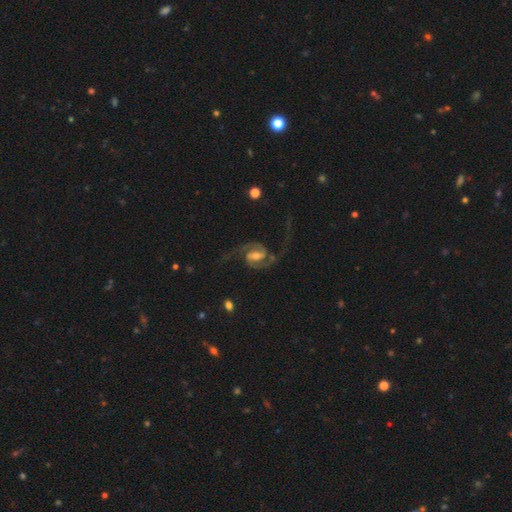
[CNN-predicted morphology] smooth_or_featured: featured or disk (p=0.92) [alt: star or artifact p=0.04]
disk_edge_on: no (p=0.98) [alt: yes p=0.02]
bar: weak (p=0.49) [alt: strong p=0.29]
has_spiral_arms: yes (p=0.98) [alt: no p=0.02]
spiral_winding: medium (p=0.46) [alt: loose p=0.43]
spiral_arm_count: 2 (p=0.94) [alt: can't tell p=0.01]
bulge_size: moderate (p=0.62) [alt: small p=0.26]
merging: none (p=0.70) [alt: major disturbance p=0.15]